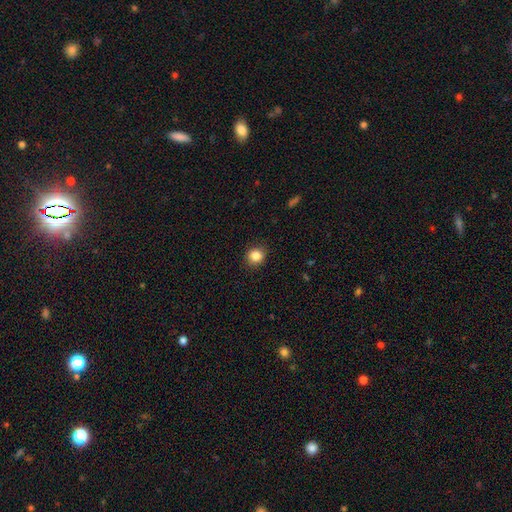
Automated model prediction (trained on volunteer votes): A smooth galaxy with no disk features (86%) that is round (83%).

Vote fractions:
- Smooth or featured? smooth: 86% / star or artifact: 10% / featured or disk: 4%
- How rounded? round: 83% / in between: 16% / cigar-shaped: 1%
- Merging? none: 89% / minor disturbance: 8% / major disturbance: 2% / merger: 1%